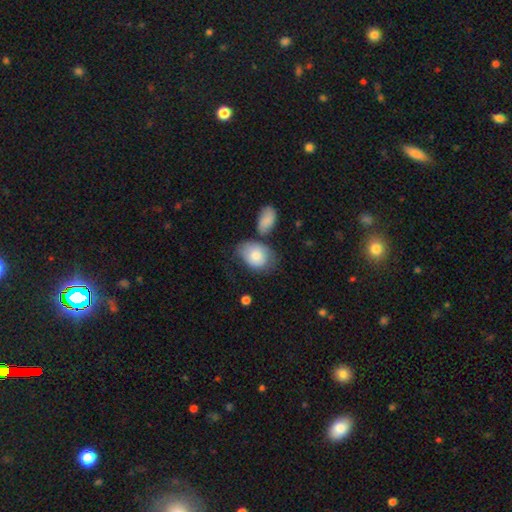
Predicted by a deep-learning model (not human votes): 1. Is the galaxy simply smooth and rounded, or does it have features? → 77% smooth, 17% featured or disk, 6% star or artifact.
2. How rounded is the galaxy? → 77% in between, 22% round, 1% cigar-shaped.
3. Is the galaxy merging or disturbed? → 43% none, 28% minor disturbance, 16% merger, 12% major disturbance.